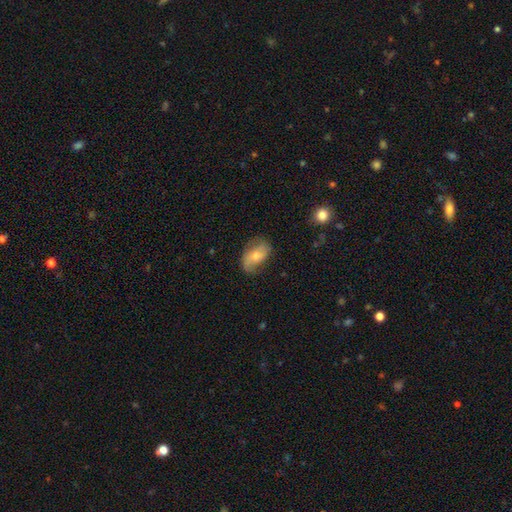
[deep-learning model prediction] smooth-or-featured: featured or disk: 47% | smooth: 46% | star or artifact: 7%
  merging: none: 64% | minor disturbance: 25% | major disturbance: 10% | merger: 2%